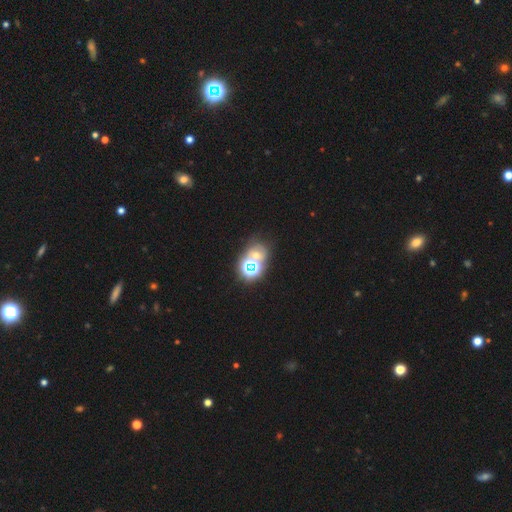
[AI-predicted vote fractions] Smooth or featured: star or artifact — 48% (smooth — 34%)